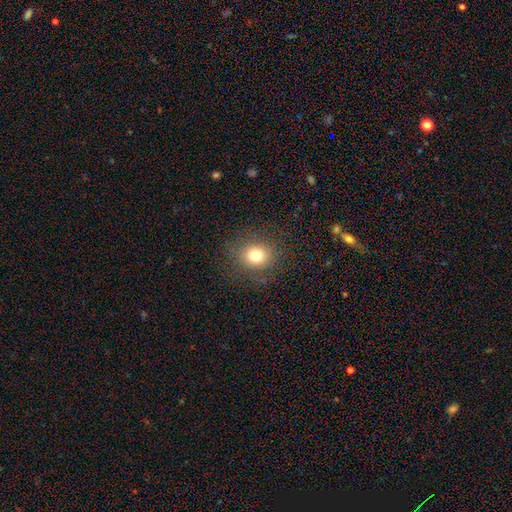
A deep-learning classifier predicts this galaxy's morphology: The model was most divided on "how rounded": round: 72%, in between: 27%, cigar-shaped: 1%. More confident: merging — none (84%); smooth or featured — smooth (77%).